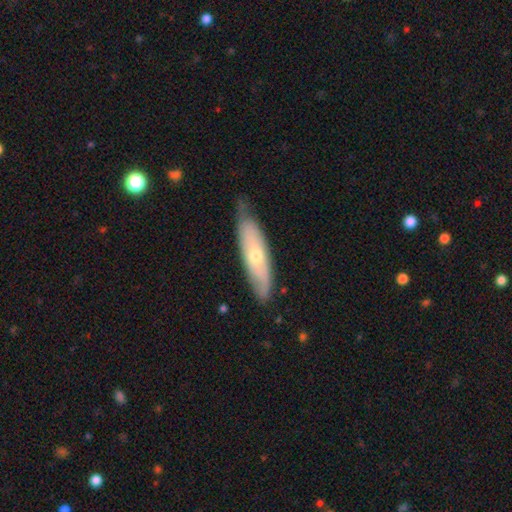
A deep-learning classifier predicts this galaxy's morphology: Smooth or featured? featured or disk (53%)
Edge-on disk? no (59%)
Merging? none (69%)